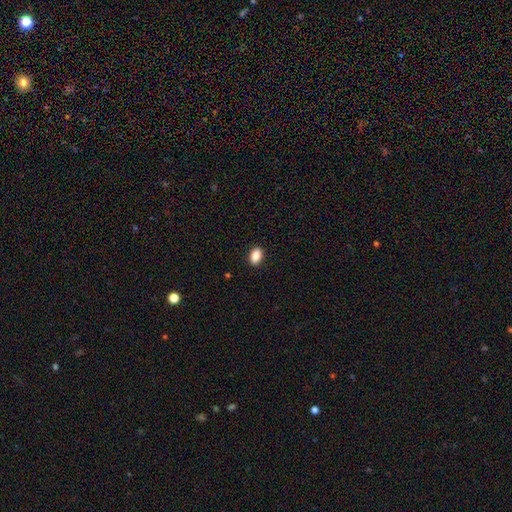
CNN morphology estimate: Smooth or featured? Predicted: smooth (p=0.89). How rounded? Predicted: in between (p=0.89). Merging? Predicted: none (p=0.90).